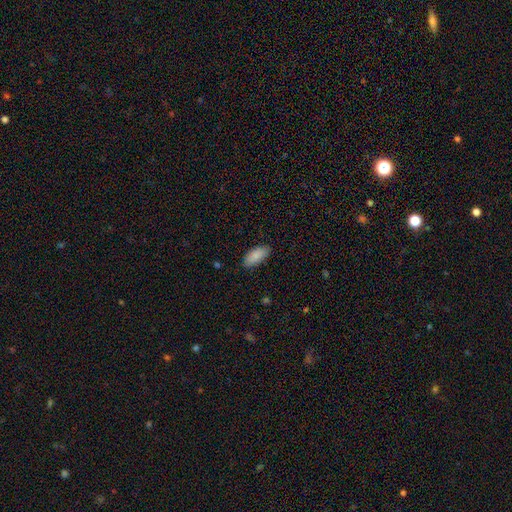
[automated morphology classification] smooth 88%, star or artifact 6%, featured or disk 6%. Down the decision tree: how rounded — in between (89%); merging — none (85%).